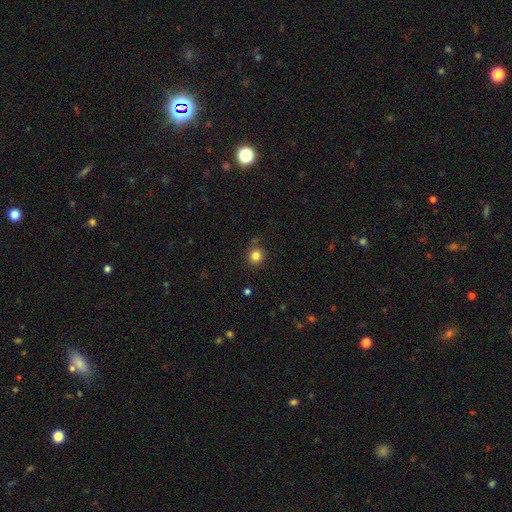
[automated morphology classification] Smooth or featured?
  - smooth: 83% *
  - star or artifact: 12%
  - featured or disk: 5%
How rounded?
  - round: 91% *
  - in between: 9%
  - cigar-shaped: 1%
Merging?
  - none: 84% *
  - minor disturbance: 9%
  - merger: 4%
  - major disturbance: 2%